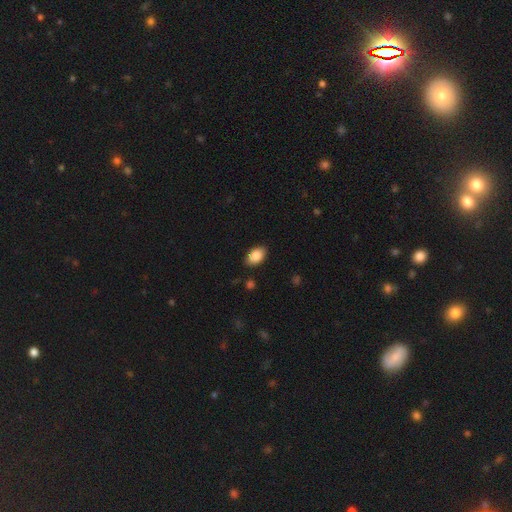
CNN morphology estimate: The model was most divided on "merging": none: 87%, minor disturbance: 10%, major disturbance: 2%, merger: 1%. More confident: how rounded — in between (92%); smooth or featured — smooth (87%).